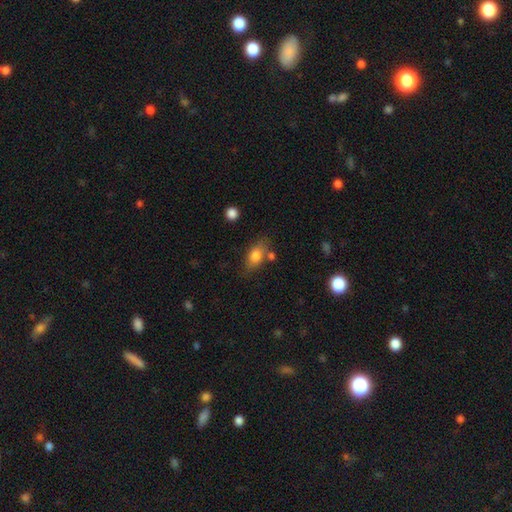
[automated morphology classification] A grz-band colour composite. It shows a smooth galaxy with no disk features (78%) that is in between round and cigar-shaped (82%). Merging: none (66%).